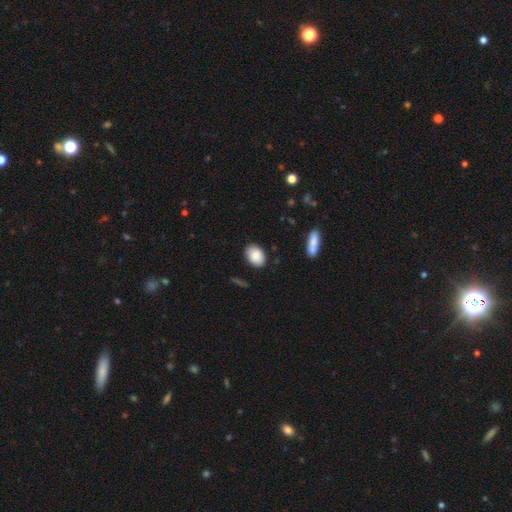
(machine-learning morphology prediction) Smooth or featured? smooth (87%)
How rounded? in between (82%)
Merging? none (84%)